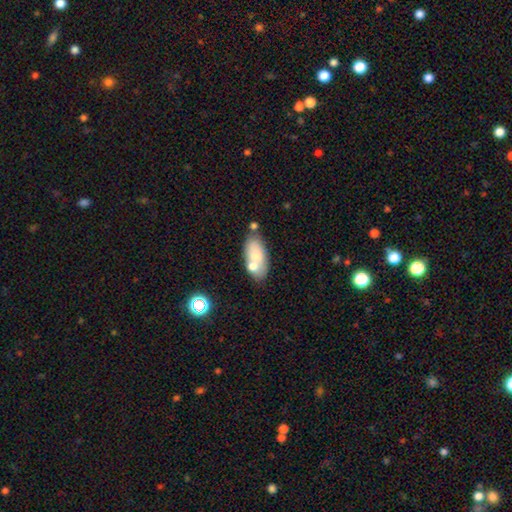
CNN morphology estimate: Q: Smooth or featured?
A: smooth (69%); runner-up: featured or disk (23%)
Q: How rounded?
A: in between (89%); runner-up: cigar-shaped (7%)
Q: Merging?
A: none (54%); runner-up: merger (25%)